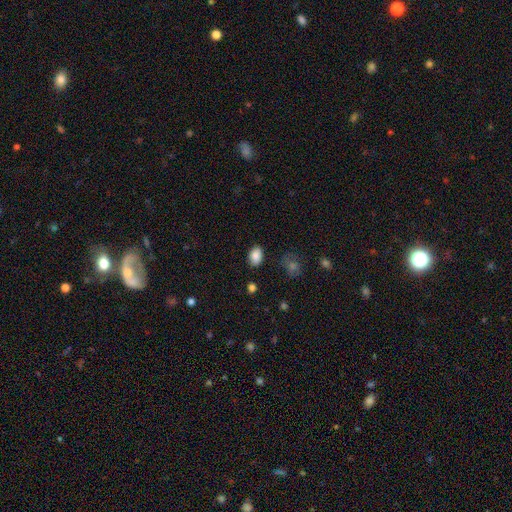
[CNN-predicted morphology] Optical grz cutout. It shows a smooth galaxy with no disk features (87%) that is in between round and cigar-shaped (84%). Merging: none (83%).